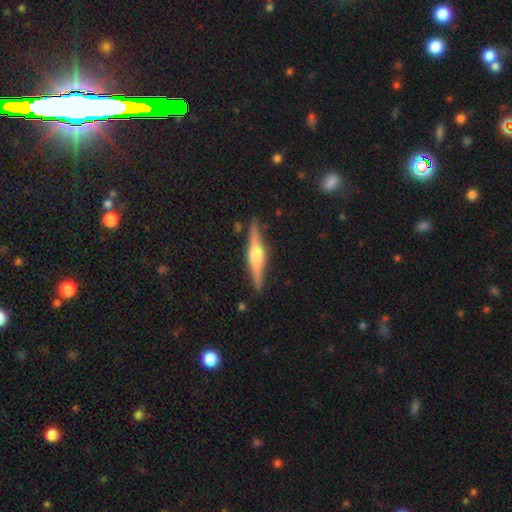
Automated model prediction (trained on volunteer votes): A featured or disk galaxy (75%) viewed edge-on (98%) with a rounded central bulge (84%).

Vote fractions:
- Smooth or featured? featured or disk: 75% / smooth: 19% / star or artifact: 6%
- Edge-on disk? yes: 98% / no: 2%
- Edge-on bulge? rounded: 84% / boxy: 12% / none: 4%
- Merging? none: 89% / minor disturbance: 8% / major disturbance: 2% / merger: 1%